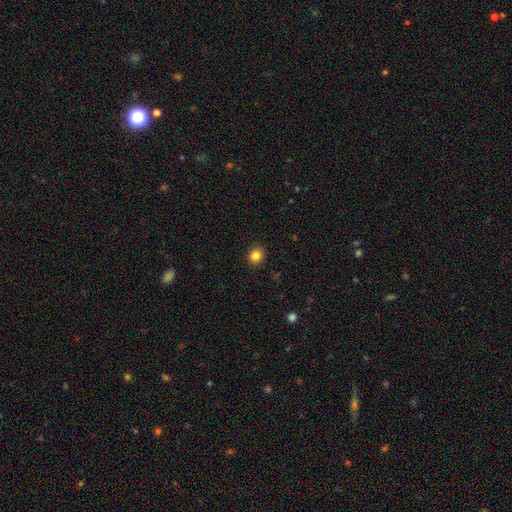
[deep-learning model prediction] This is clearly a smooth galaxy (85%). How rounded: likely round (75%). Merging: clearly none (91%).